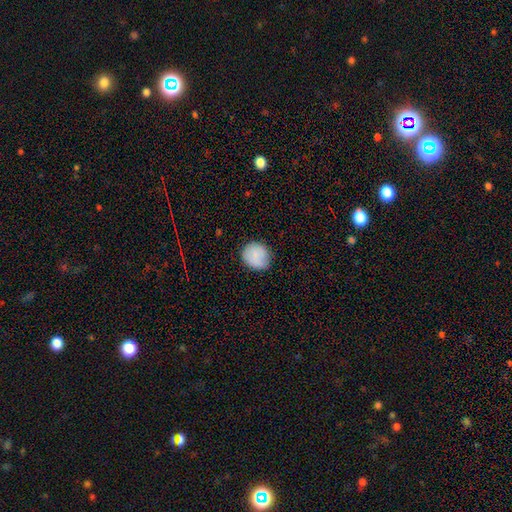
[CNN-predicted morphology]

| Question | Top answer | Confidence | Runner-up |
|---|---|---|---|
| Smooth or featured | smooth | 85% | featured or disk (8%) |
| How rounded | round | 86% | in between (13%) |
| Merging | none | 83% | minor disturbance (13%) |